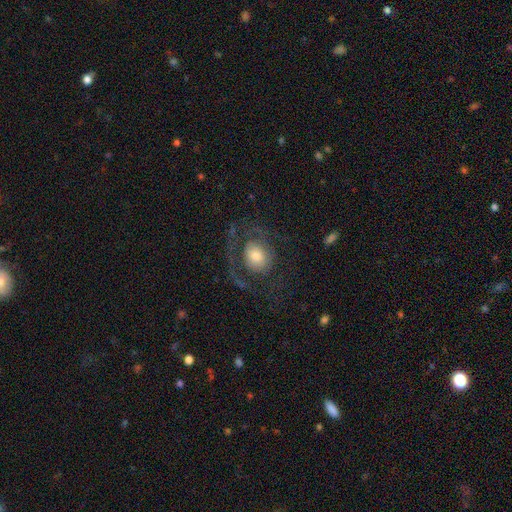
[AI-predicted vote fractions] Q: Smooth or featured?
A: featured or disk (51%); runner-up: smooth (41%)
Q: Edge-on disk?
A: no (96%); runner-up: yes (4%)
Q: Merging?
A: none (51%); runner-up: major disturbance (32%)